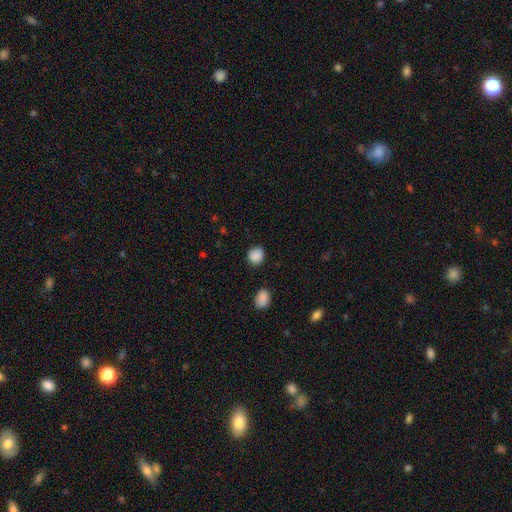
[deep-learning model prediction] Q: Smooth or featured?
A: smooth (88%); runner-up: star or artifact (9%)
Q: How rounded?
A: round (83%); runner-up: in between (16%)
Q: Merging?
A: none (85%); runner-up: minor disturbance (10%)